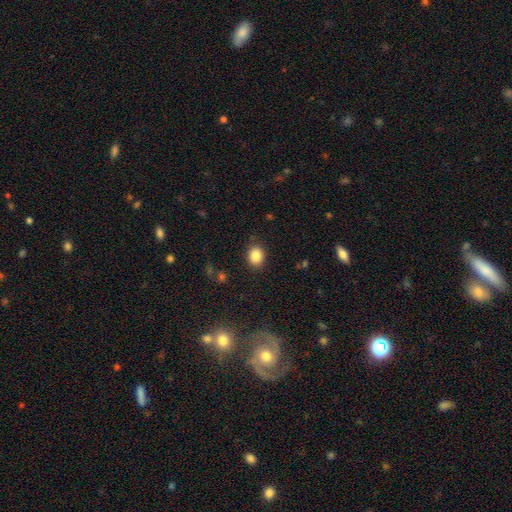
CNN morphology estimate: Q: Smooth or featured?
A: smooth (86%); runner-up: star or artifact (10%)
Q: How rounded?
A: round (56%); runner-up: in between (43%)
Q: Merging?
A: none (87%); runner-up: minor disturbance (9%)